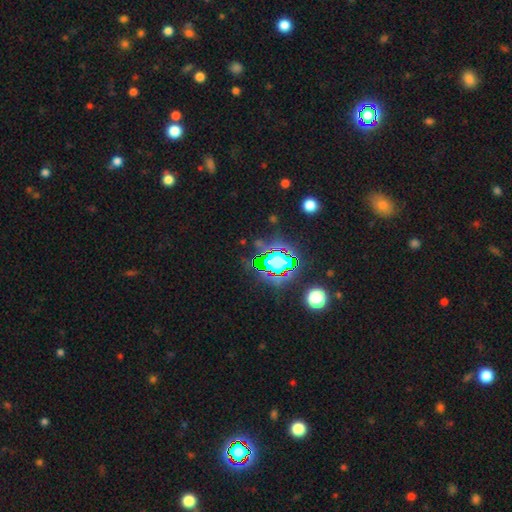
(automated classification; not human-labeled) Overall: star or artifact (81%).